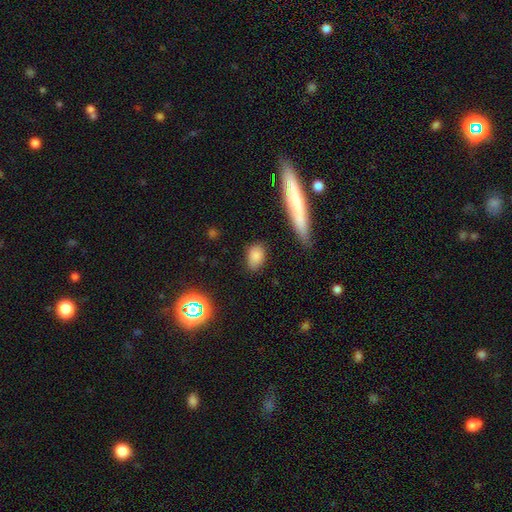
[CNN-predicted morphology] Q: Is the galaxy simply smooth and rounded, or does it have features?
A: smooth — 83%.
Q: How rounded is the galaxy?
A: in between — 81%.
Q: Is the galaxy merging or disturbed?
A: none — 79%.